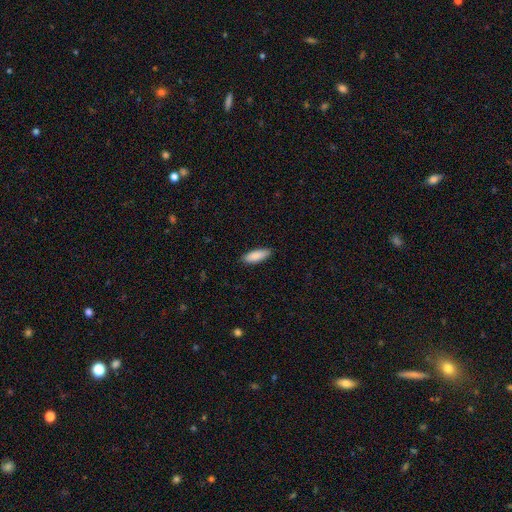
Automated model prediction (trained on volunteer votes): A smooth galaxy with no disk features (88%) that is in between round and cigar-shaped (62%).

Vote fractions:
- Smooth or featured? smooth: 88% / featured or disk: 6% / star or artifact: 6%
- How rounded? in between: 62% / cigar-shaped: 36% / round: 2%
- Merging? none: 88% / minor disturbance: 9% / major disturbance: 2% / merger: 1%